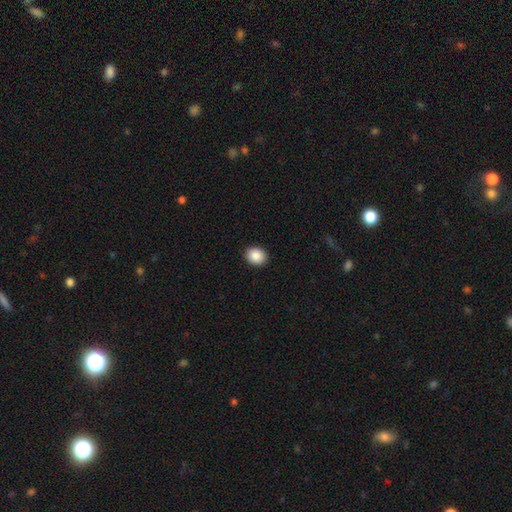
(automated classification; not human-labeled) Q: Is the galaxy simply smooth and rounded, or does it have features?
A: smooth — 89%.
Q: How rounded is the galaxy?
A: round — 62%.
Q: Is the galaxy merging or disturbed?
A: none — 92%.